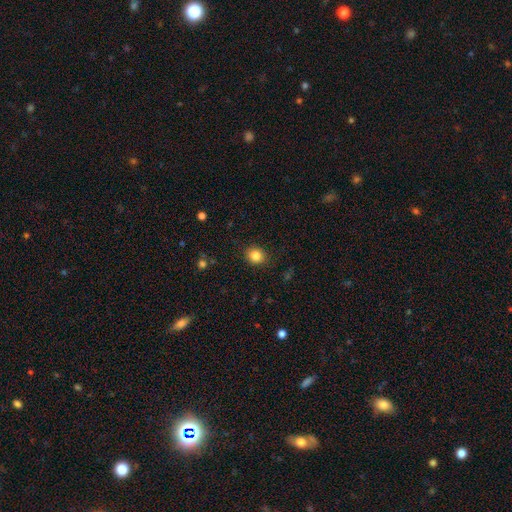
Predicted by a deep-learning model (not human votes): This is clearly a smooth galaxy (84%). How rounded: likely round (73%). Merging: clearly none (89%).